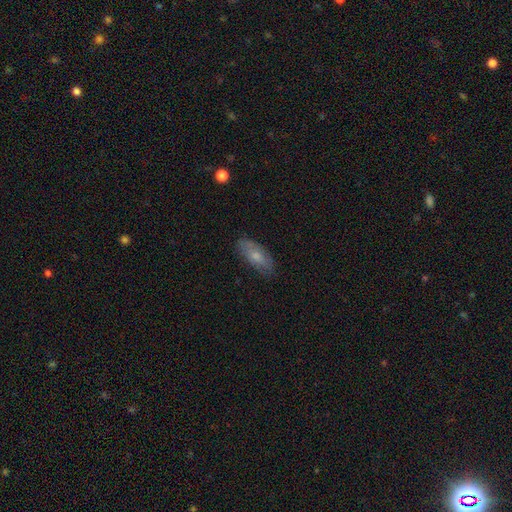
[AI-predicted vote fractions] smooth 66%, featured or disk 27%, star or artifact 7%. Down the decision tree: how rounded — in between (82%); merging — none (78%).